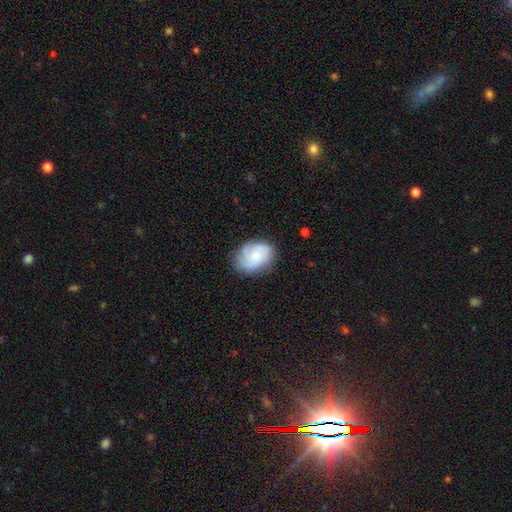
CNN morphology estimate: Smooth or featured?
  - featured or disk: 60% *
  - smooth: 33%
  - star or artifact: 7%
Edge-on disk?
  - no: 98% *
  - yes: 2%
Bar?
  - no: 74% *
  - weak: 23%
  - strong: 3%
Spiral arms?
  - yes: 90% *
  - no: 10%
Spiral winding?
  - tight: 47% *
  - medium: 39%
  - loose: 15%
Spiral arm count?
  - 3: 33% *
  - can't tell: 29%
  - 2: 15%
  - 4: 12%
  - 1: 5%
  - more than 4: 5%
Bulge size?
  - small: 47% *
  - moderate: 37%
  - none: 10%
  - large: 6%
  - dominant: 2%
Merging?
  - none: 70% *
  - minor disturbance: 21%
  - major disturbance: 8%
  - merger: 1%